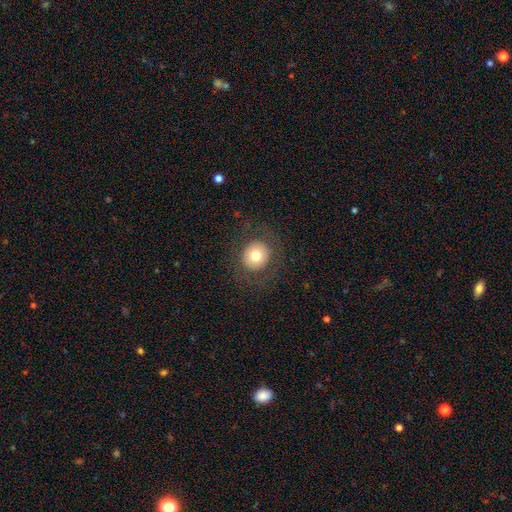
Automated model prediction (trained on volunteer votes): smooth-or-featured: smooth: 73% | featured or disk: 16% | star or artifact: 11%
  how-rounded: round: 90% | in between: 9% | cigar-shaped: 1%
  merging: none: 84% | minor disturbance: 9% | major disturbance: 6% | merger: 1%